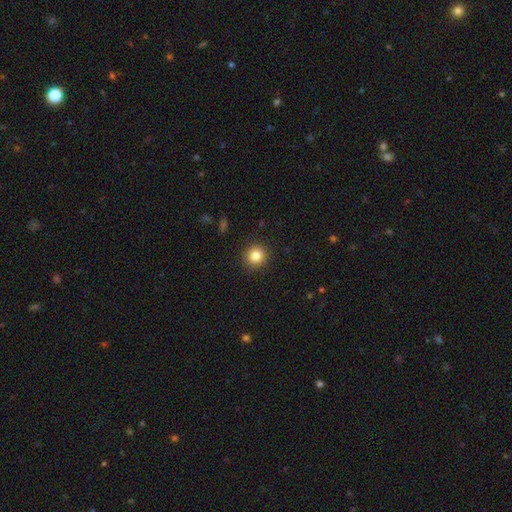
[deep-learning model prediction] Smooth or featured?
  - smooth: 84% *
  - star or artifact: 11%
  - featured or disk: 5%
How rounded?
  - round: 93% *
  - in between: 6%
  - cigar-shaped: 1%
Merging?
  - none: 92% *
  - minor disturbance: 5%
  - major disturbance: 2%
  - merger: 1%